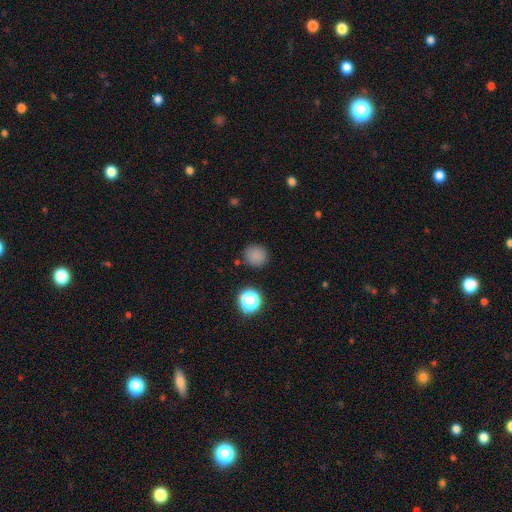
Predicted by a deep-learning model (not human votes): Morphology: type=smooth (80%); roundness=round (89%); merging=none (84%).